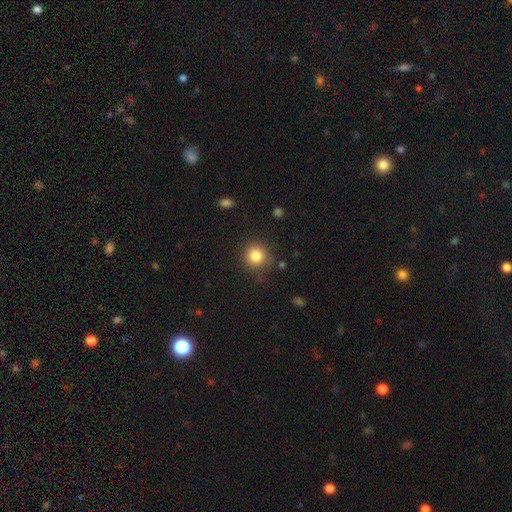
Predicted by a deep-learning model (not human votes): Morphology: type=smooth (83%); roundness=round (93%); merging=none (85%).